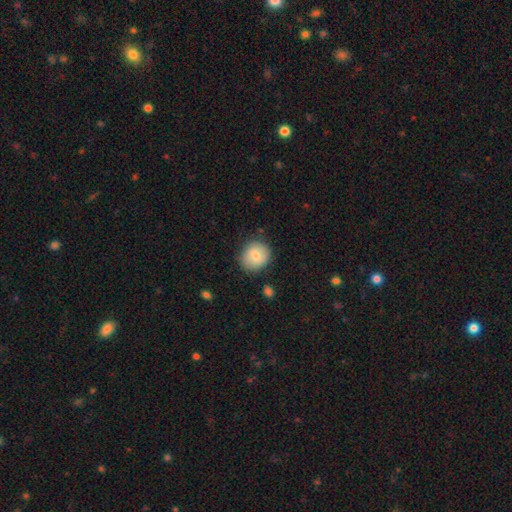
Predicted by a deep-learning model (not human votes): Smooth or featured? smooth (77%)
How rounded? round (82%)
Merging? none (79%)